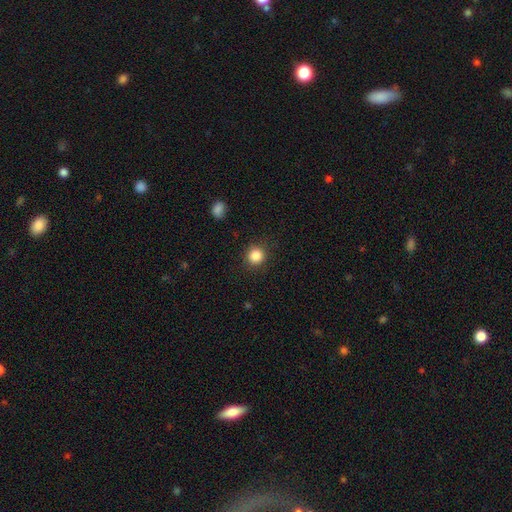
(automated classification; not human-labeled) smooth_or_featured: smooth (p=0.85) [alt: star or artifact p=0.11]
how_rounded: round (p=0.92) [alt: in between p=0.07]
merging: none (p=0.89) [alt: minor disturbance p=0.07]